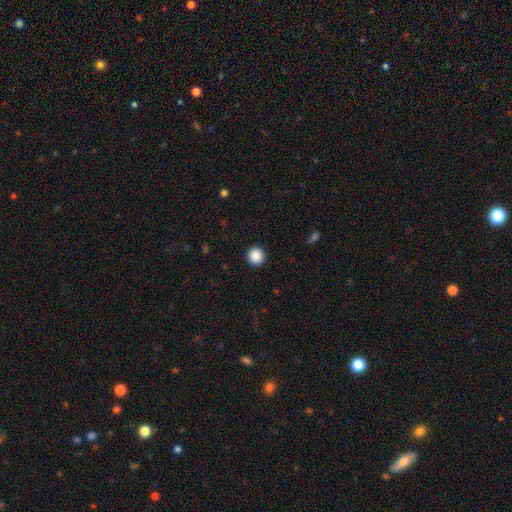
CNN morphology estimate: This is clearly a smooth galaxy (88%). How rounded: clearly round (96%). Merging: clearly none (93%).